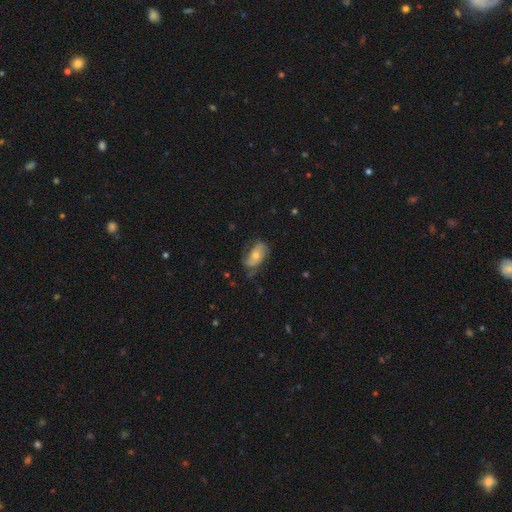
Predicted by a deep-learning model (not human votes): A featured or disk galaxy (47%).

Vote fractions:
- Smooth or featured? featured or disk: 47% / smooth: 45% / star or artifact: 8%
- Merging? none: 57% / minor disturbance: 29% / major disturbance: 13% / merger: 2%